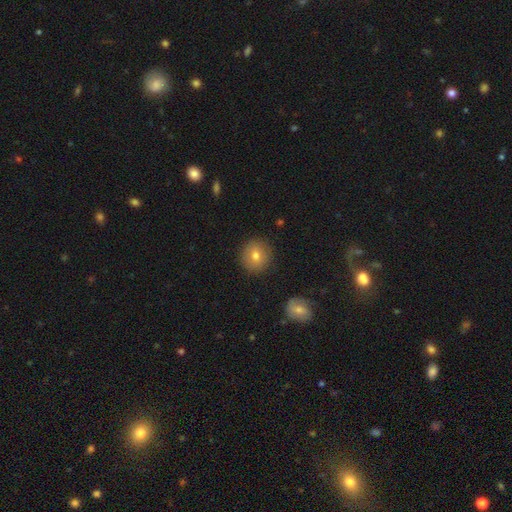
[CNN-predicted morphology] Smooth or featured? smooth (75%)
How rounded? round (91%)
Merging? none (90%)